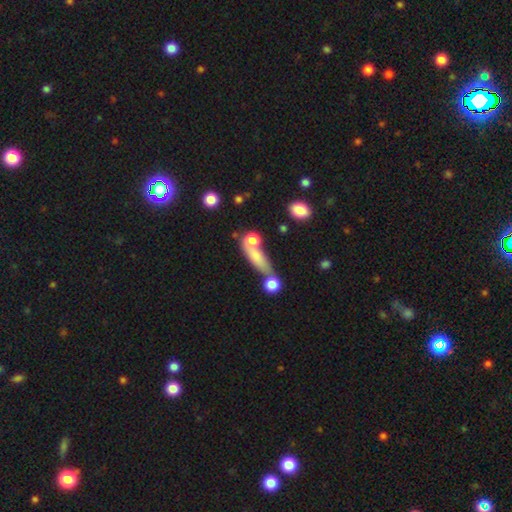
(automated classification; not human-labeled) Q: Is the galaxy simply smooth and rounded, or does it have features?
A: smooth — 69%.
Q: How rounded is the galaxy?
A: cigar-shaped — 46%.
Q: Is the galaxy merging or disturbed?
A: none — 43%.